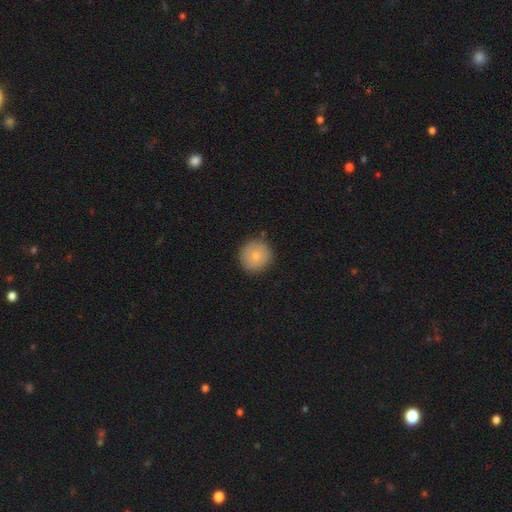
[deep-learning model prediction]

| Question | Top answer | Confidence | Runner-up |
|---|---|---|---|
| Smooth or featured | smooth | 79% | featured or disk (14%) |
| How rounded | round | 93% | in between (6%) |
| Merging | none | 87% | minor disturbance (10%) |